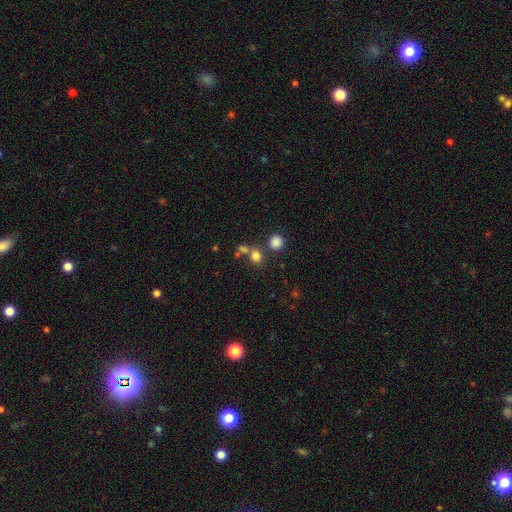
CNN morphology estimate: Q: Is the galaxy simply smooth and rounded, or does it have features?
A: smooth — 77%.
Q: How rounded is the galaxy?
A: round — 63%.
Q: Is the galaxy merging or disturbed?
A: none — 57%.